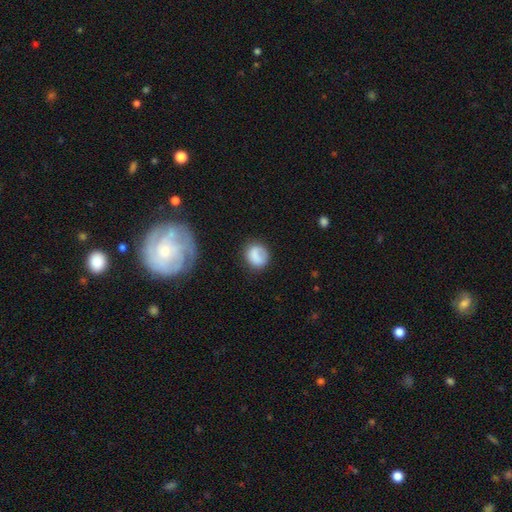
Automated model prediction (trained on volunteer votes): Overall: smooth (79%). How rounded: round (74%). Merging: none (67%).